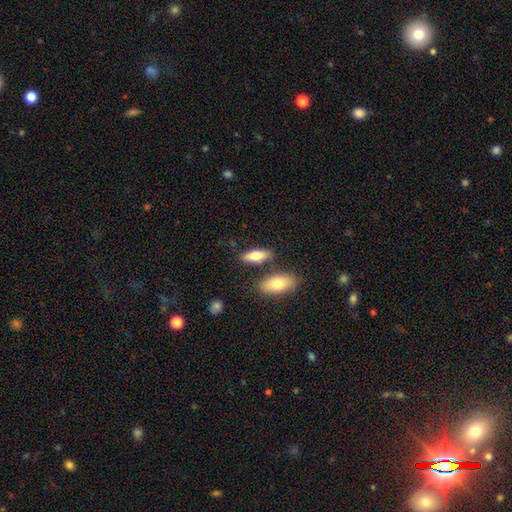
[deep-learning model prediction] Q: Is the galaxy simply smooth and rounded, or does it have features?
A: smooth — 74%.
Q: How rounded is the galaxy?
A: in between — 70%.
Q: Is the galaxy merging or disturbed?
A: none — 70%.